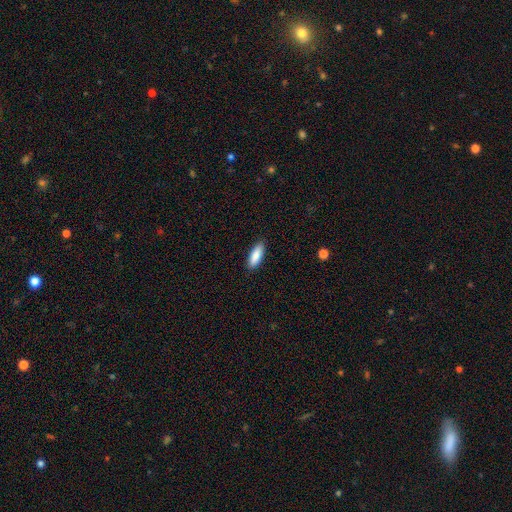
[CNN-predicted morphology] Smooth or featured? smooth (87%)
How rounded? in between (64%)
Merging? none (89%)